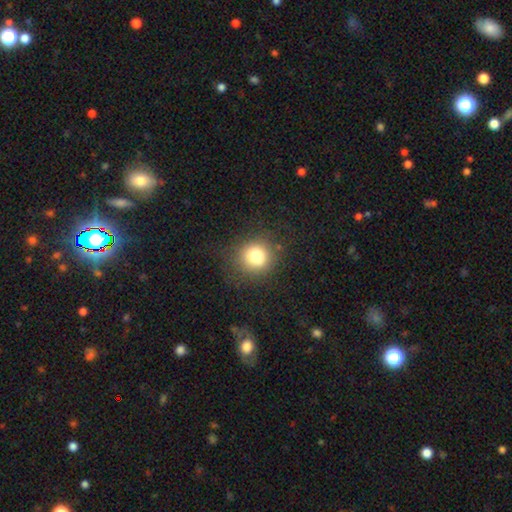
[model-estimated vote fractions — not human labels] The model was most divided on "smooth or featured": smooth: 78%, star or artifact: 13%, featured or disk: 9%. More confident: how rounded — round (88%); merging — none (82%).